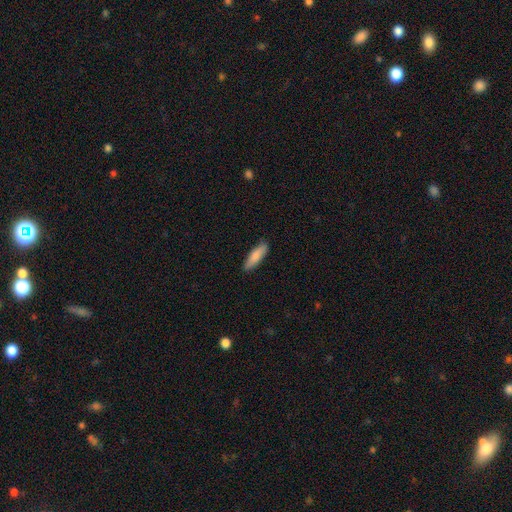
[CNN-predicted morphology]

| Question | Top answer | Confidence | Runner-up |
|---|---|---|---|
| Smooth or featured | smooth | 82% | featured or disk (12%) |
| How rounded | cigar-shaped | 59% | in between (39%) |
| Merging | none | 86% | minor disturbance (11%) |